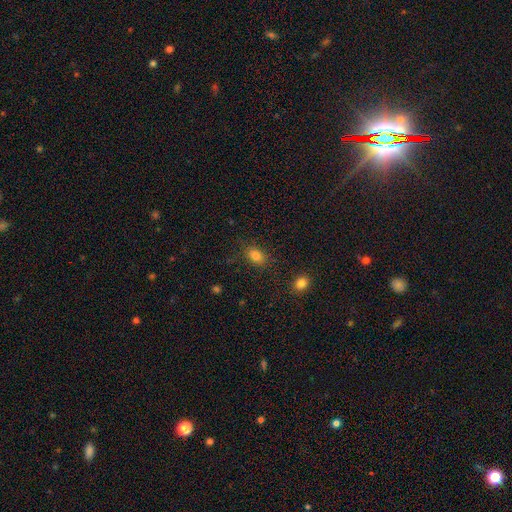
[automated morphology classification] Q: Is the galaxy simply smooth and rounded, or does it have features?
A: smooth — 81%.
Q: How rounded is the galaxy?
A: in between — 73%.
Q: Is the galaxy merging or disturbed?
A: none — 81%.